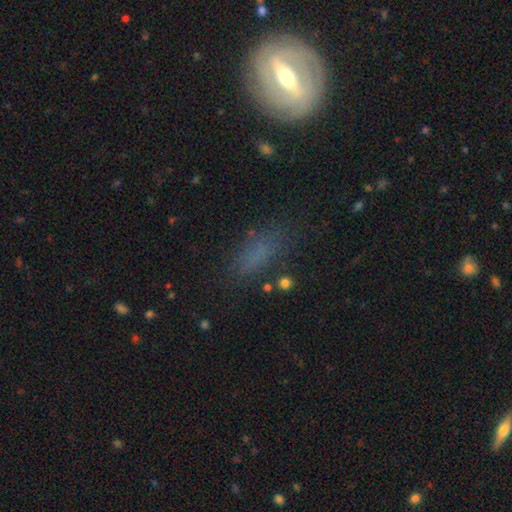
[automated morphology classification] type=smooth (68%); roundness=in between (68%); merging=none (70%).